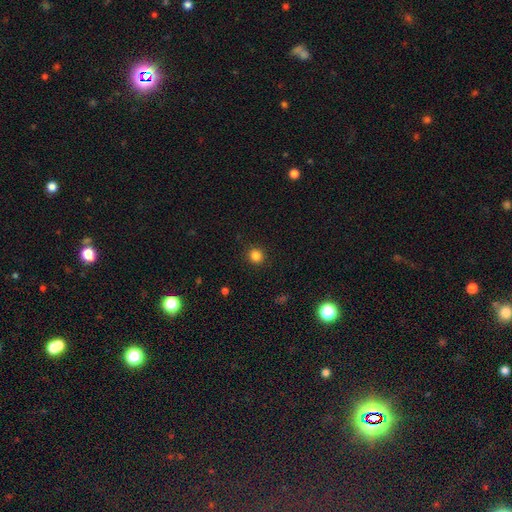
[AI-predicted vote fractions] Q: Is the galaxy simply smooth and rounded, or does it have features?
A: smooth — 84%.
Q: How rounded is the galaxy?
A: round — 90%.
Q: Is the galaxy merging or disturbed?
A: none — 91%.